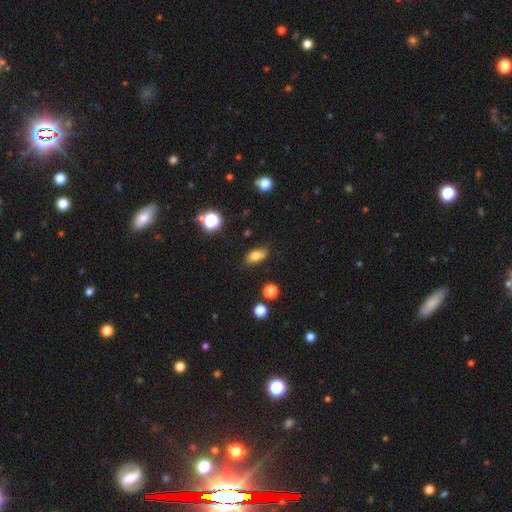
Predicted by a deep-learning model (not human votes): This is likely a smooth galaxy (77%). How rounded: clearly in between (84%). Merging: likely none (79%).